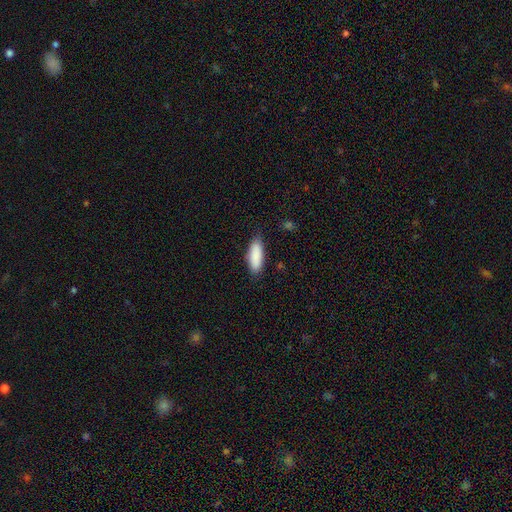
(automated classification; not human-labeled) Smooth or featured: smooth — 89% (star or artifact — 6%)
How rounded: in between — 69% (cigar-shaped — 29%)
Merging: none — 81% (minor disturbance — 15%)